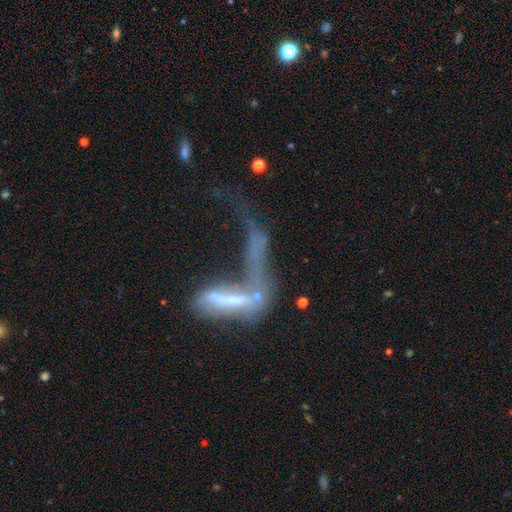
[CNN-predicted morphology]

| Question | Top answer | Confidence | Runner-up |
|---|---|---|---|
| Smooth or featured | featured or disk | 53% | smooth (34%) |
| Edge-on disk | no | 71% | yes (29%) |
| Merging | merger | 47% | major disturbance (33%) |